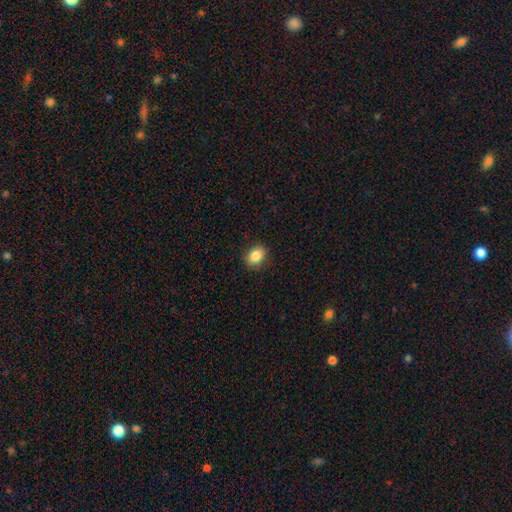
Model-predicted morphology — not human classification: This appears to be a smooth galaxy with no disk features (86%) that is in between round and cigar-shaped (53%). Merging: none (87%).